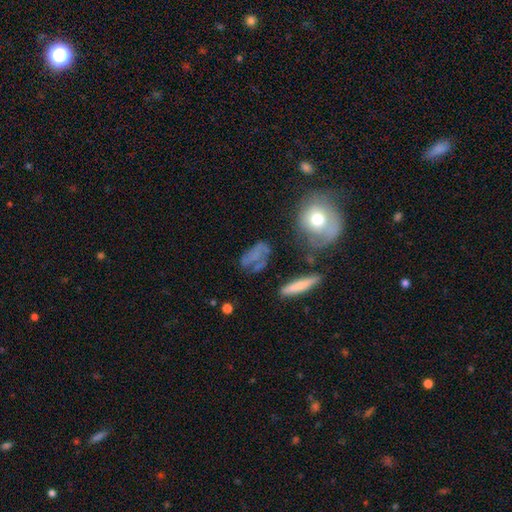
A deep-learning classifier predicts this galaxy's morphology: Overall: smooth (44%; featured or disk 41%). Merging: none (49%; minor disturbance 22%).